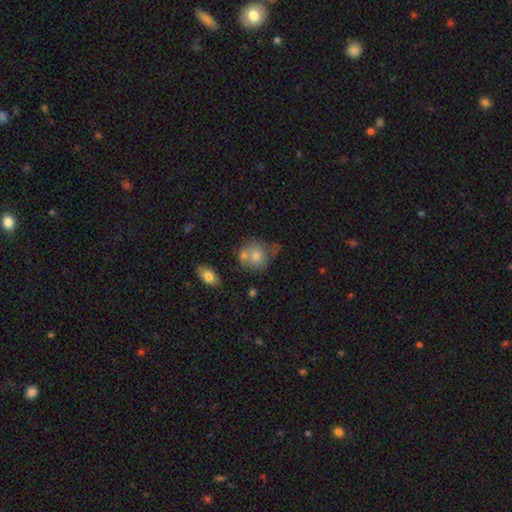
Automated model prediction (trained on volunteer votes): Q: Smooth or featured?
A: smooth (69%); runner-up: featured or disk (21%)
Q: How rounded?
A: round (82%); runner-up: in between (17%)
Q: Merging?
A: none (54%); runner-up: merger (25%)